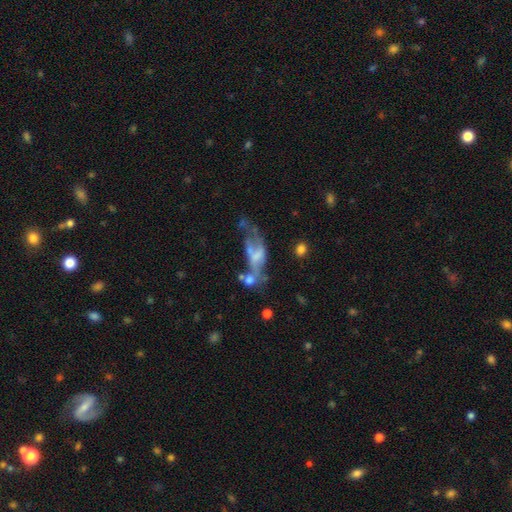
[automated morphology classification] This is possibly a featured or disk galaxy (56%). It is clearly not viewed edge-on (89%). Bar: likely no (64%). Spiral arm pattern: likely no (69%). Central bulge: possibly none (51%). Merging: marginally major disturbance (37%).